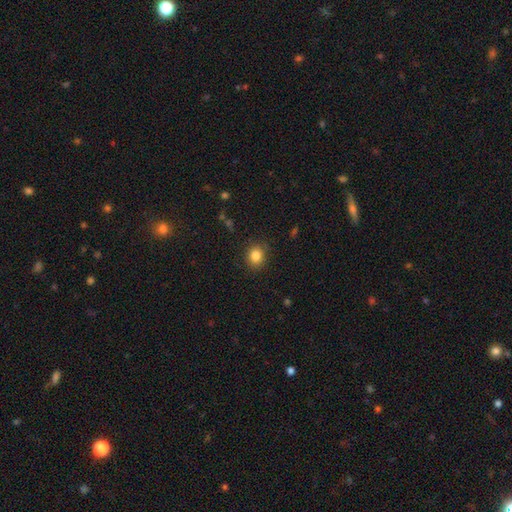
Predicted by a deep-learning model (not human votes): smooth 84%, star or artifact 11%, featured or disk 5%. Down the decision tree: how rounded — round (73%); merging — none (87%).